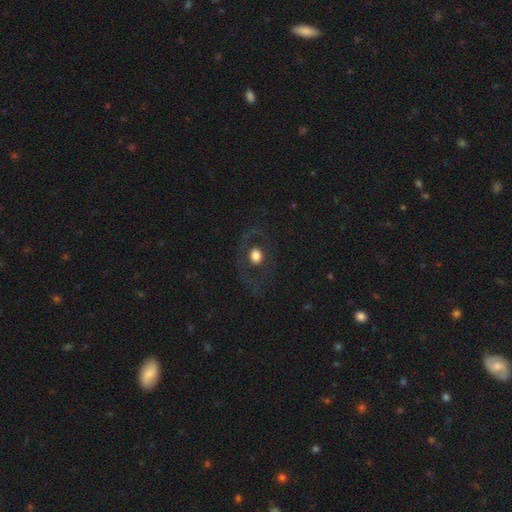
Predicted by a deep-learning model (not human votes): A smooth galaxy with no disk features (57%) that is in between round and cigar-shaped (51%).

Vote fractions:
- Smooth or featured? smooth: 57% / featured or disk: 33% / star or artifact: 10%
- How rounded? in between: 51% / round: 48% / cigar-shaped: 1%
- Merging? none: 77% / minor disturbance: 12% / major disturbance: 10% / merger: 1%